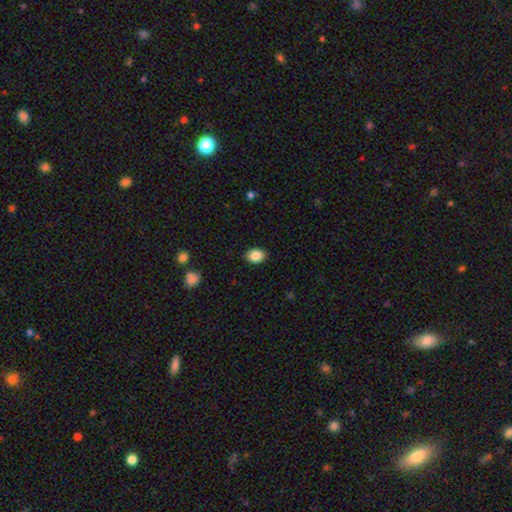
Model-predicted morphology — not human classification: Smooth or featured? Predicted: smooth (p=0.86). How rounded? Predicted: in between (p=0.68). Merging? Predicted: none (p=0.89).